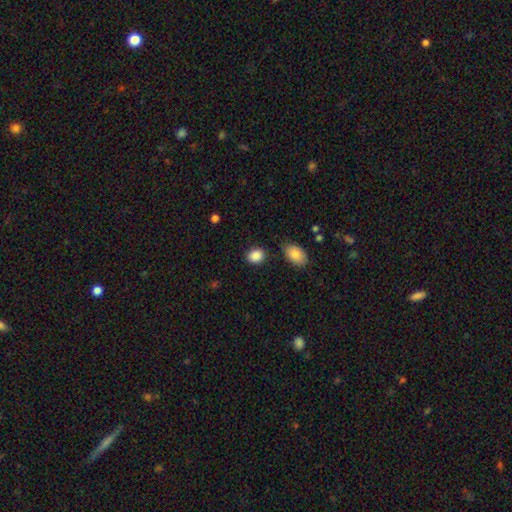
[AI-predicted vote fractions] Smooth or featured? Predicted: smooth (p=0.88). How rounded? Predicted: in between (p=0.59). Merging? Predicted: none (p=0.82).